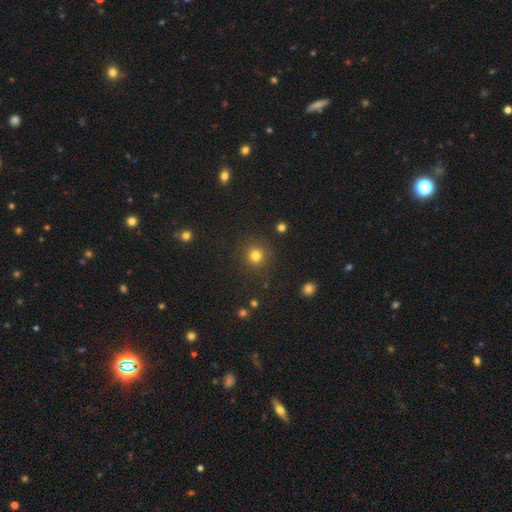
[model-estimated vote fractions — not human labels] Smooth or featured?
  - smooth: 81% *
  - star or artifact: 14%
  - featured or disk: 5%
How rounded?
  - round: 93% *
  - in between: 6%
  - cigar-shaped: 1%
Merging?
  - none: 89% *
  - minor disturbance: 6%
  - major disturbance: 3%
  - merger: 2%